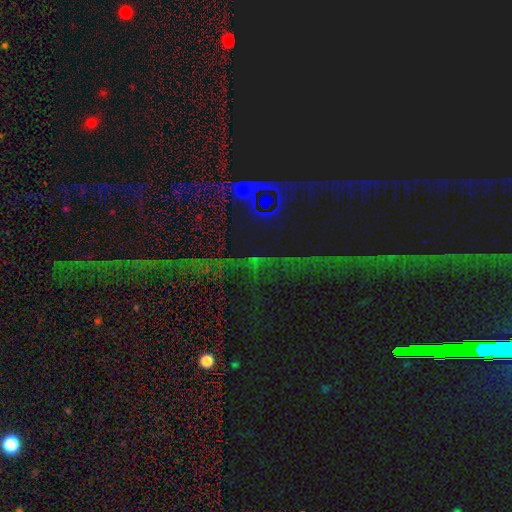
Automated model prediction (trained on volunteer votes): Q: Smooth or featured?
A: star or artifact (79%); runner-up: featured or disk (11%)